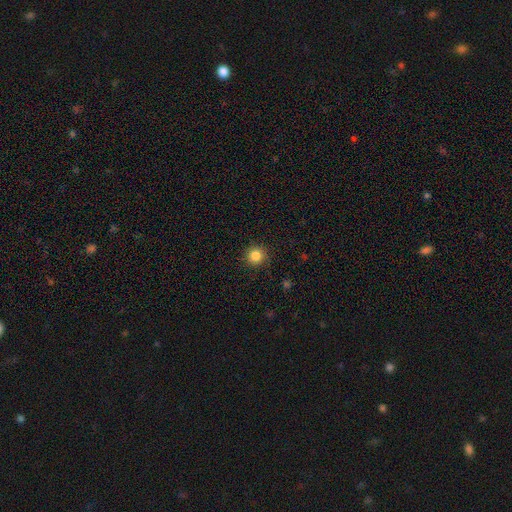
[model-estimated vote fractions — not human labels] This is clearly a smooth galaxy (85%). How rounded: clearly round (95%). Merging: clearly none (91%).